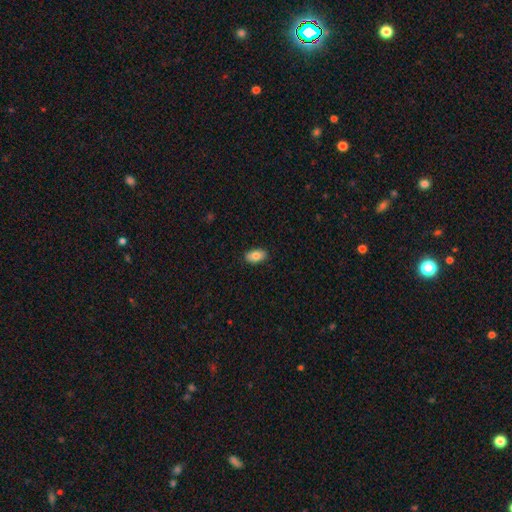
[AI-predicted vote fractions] Smooth or featured? smooth (82%)
How rounded? in between (92%)
Merging? none (88%)